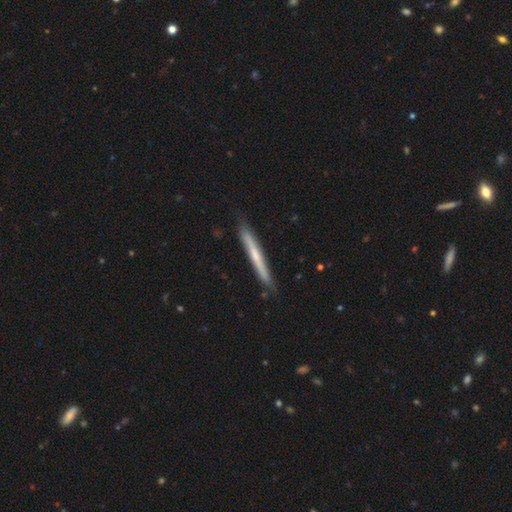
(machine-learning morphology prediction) smooth_or_featured: featured or disk (p=0.47) [tied with: smooth p=0.47]
merging: none (p=0.85) [alt: minor disturbance p=0.12]